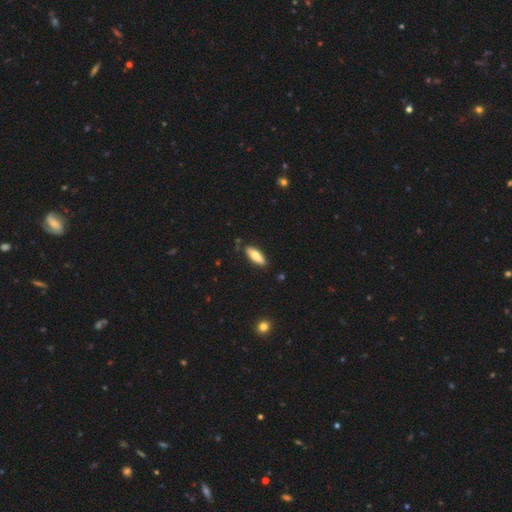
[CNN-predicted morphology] The model was most divided on "how rounded": in between: 64%, cigar-shaped: 35%, round: 2%. More confident: merging — none (83%); smooth or featured — smooth (76%).